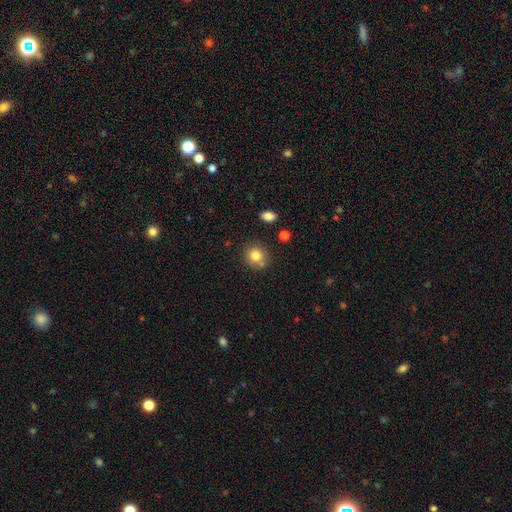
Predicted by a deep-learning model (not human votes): Smooth or featured: smooth — 81% (star or artifact — 11%)
How rounded: round — 87% (in between — 12%)
Merging: none — 75% (minor disturbance — 11%)